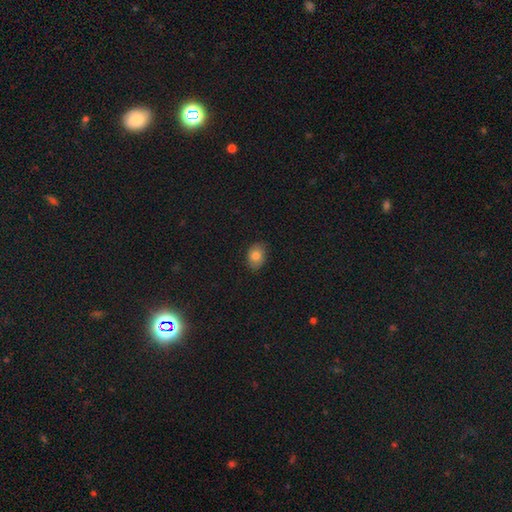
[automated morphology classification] Q: Smooth or featured?
A: smooth (80%); runner-up: star or artifact (10%)
Q: How rounded?
A: in between (68%); runner-up: round (31%)
Q: Merging?
A: none (82%); runner-up: minor disturbance (14%)